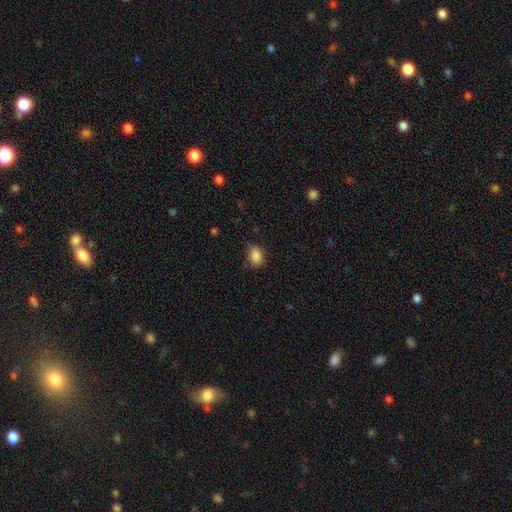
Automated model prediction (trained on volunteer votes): This appears to be a smooth galaxy with no disk features (86%) that is in between round and cigar-shaped (58%). Merging: none (71%).